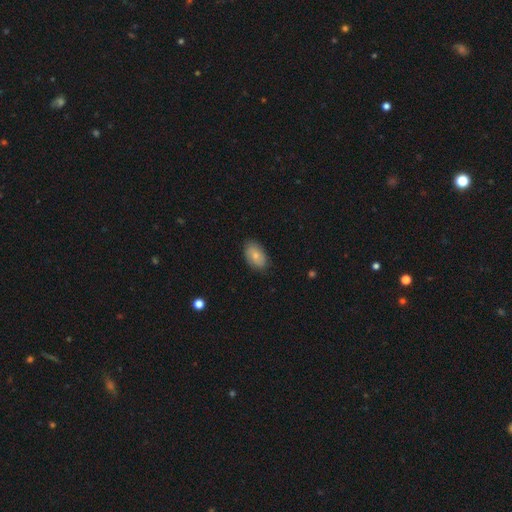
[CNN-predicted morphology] A smooth galaxy with no disk features (76%) that is in between round and cigar-shaped (92%).

Vote fractions:
- Smooth or featured? smooth: 76% / featured or disk: 17% / star or artifact: 7%
- How rounded? in between: 92% / round: 6% / cigar-shaped: 2%
- Merging? none: 82% / minor disturbance: 14% / major disturbance: 3% / merger: 1%